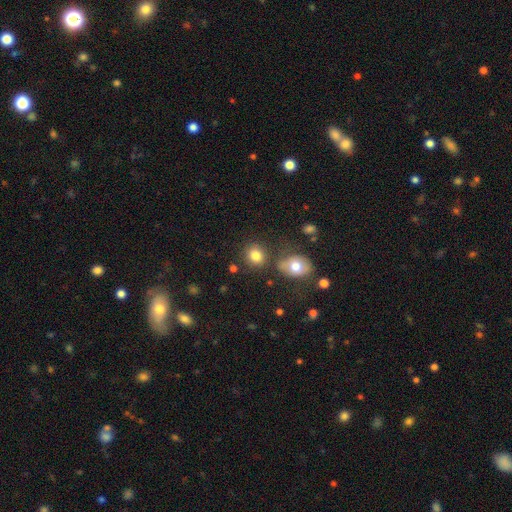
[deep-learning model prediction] The model was most divided on "how rounded": round: 67%, in between: 32%, cigar-shaped: 1%. More confident: smooth or featured — smooth (82%); merging — none (73%).